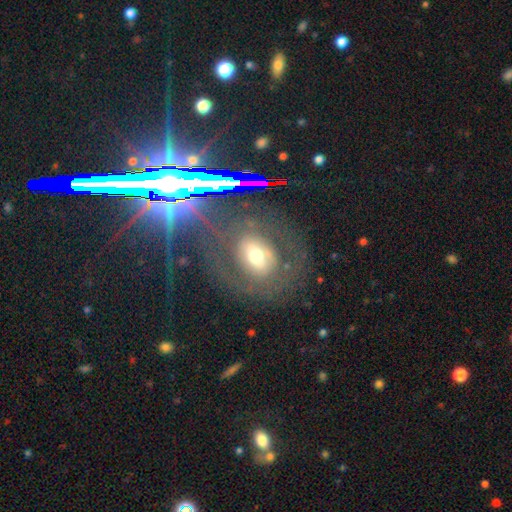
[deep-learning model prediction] smooth-or-featured: featured or disk: 50% | smooth: 32% | star or artifact: 19%
  merging: none: 68% | major disturbance: 16% | minor disturbance: 13% | merger: 3%